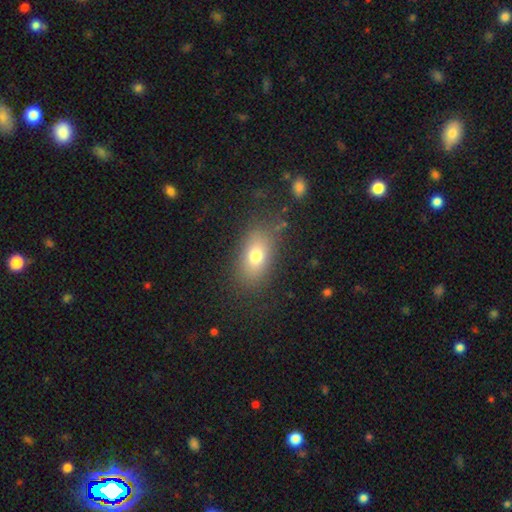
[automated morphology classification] Overall: smooth (74%). How rounded: in between (83%). Merging: none (78%).